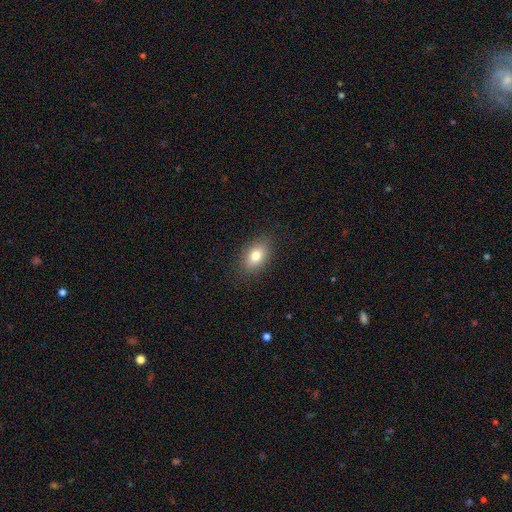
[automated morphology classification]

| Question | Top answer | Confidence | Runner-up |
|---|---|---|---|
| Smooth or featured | smooth | 79% | featured or disk (12%) |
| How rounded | in between | 85% | round (14%) |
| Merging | none | 86% | minor disturbance (10%) |